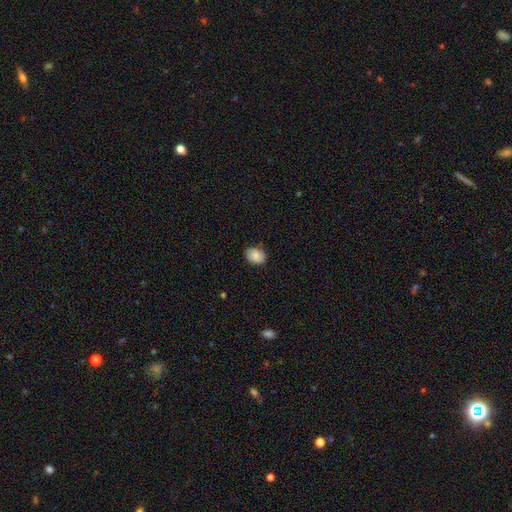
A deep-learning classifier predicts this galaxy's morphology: A smooth galaxy with no disk features (85%) that is in between round and cigar-shaped (69%).

Vote fractions:
- Smooth or featured? smooth: 85% / star or artifact: 8% / featured or disk: 7%
- How rounded? in between: 69% / round: 30% / cigar-shaped: 1%
- Merging? none: 82% / minor disturbance: 14% / major disturbance: 2% / merger: 1%